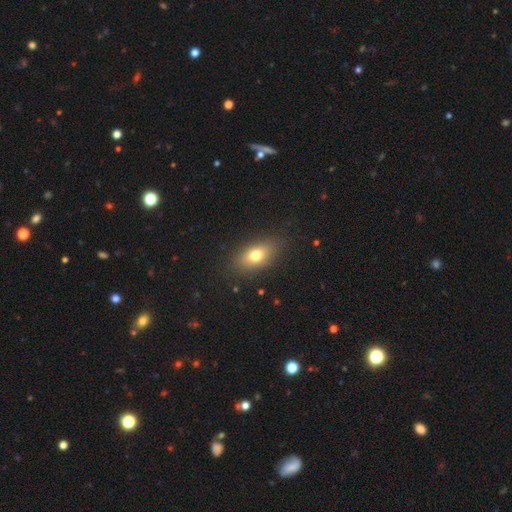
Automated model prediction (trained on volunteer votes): Smooth or featured: smooth — 70% (featured or disk — 19%)
How rounded: in between — 80% (round — 12%)
Merging: none — 85% (minor disturbance — 11%)